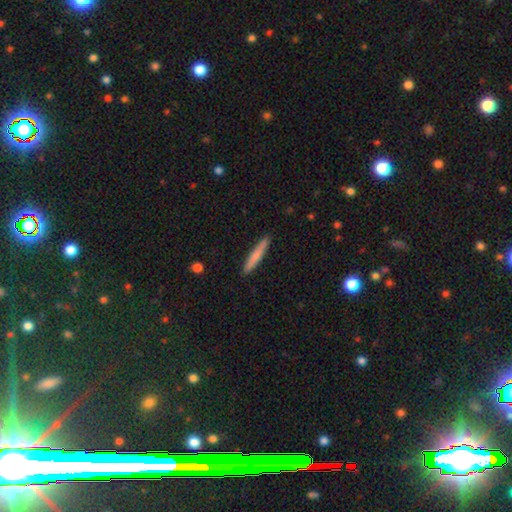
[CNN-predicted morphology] This appears to be a smooth galaxy with no disk features (74%) that is cigar-shaped (95%). Merging: none (90%).